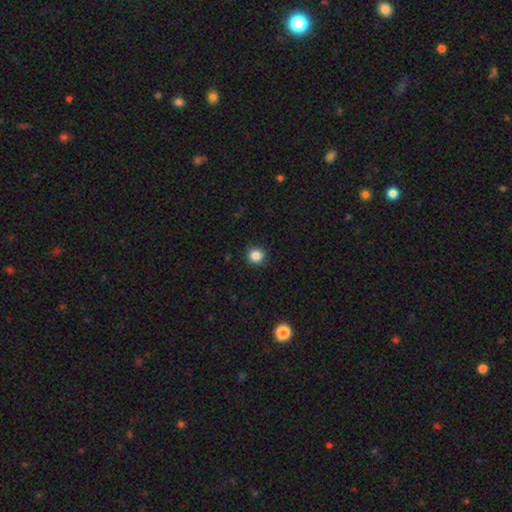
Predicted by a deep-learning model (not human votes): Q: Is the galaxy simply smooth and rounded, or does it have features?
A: smooth — 85%.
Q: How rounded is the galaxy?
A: round — 88%.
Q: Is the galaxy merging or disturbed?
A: none — 89%.